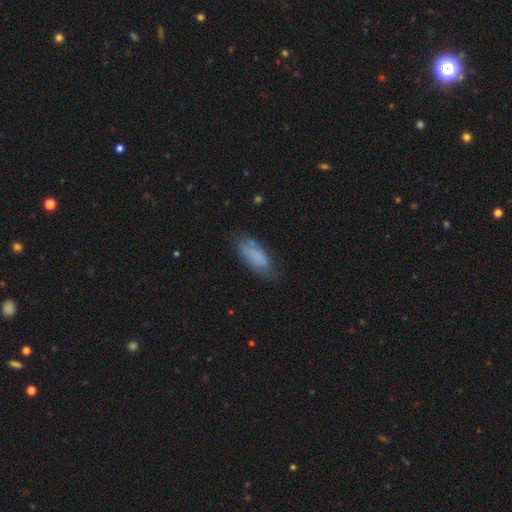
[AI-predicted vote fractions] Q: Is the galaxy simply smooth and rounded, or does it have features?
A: smooth — 76%.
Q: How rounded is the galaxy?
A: in between — 73%.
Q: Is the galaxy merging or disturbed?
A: none — 60%.